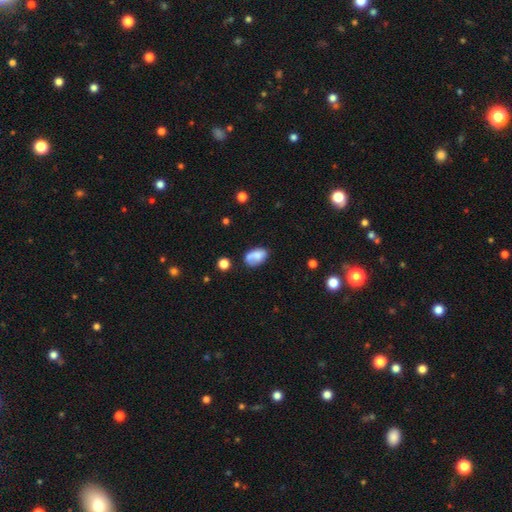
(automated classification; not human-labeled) Smooth or featured?
  - smooth: 72% *
  - featured or disk: 19%
  - star or artifact: 9%
How rounded?
  - in between: 88% *
  - round: 10%
  - cigar-shaped: 2%
Merging?
  - none: 49% *
  - minor disturbance: 25%
  - merger: 14%
  - major disturbance: 11%